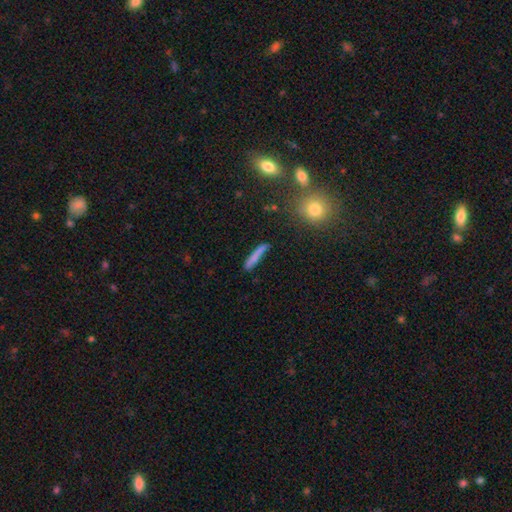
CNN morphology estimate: This is likely a smooth galaxy (74%). How rounded: clearly cigar-shaped (92%). Merging: likely none (72%).